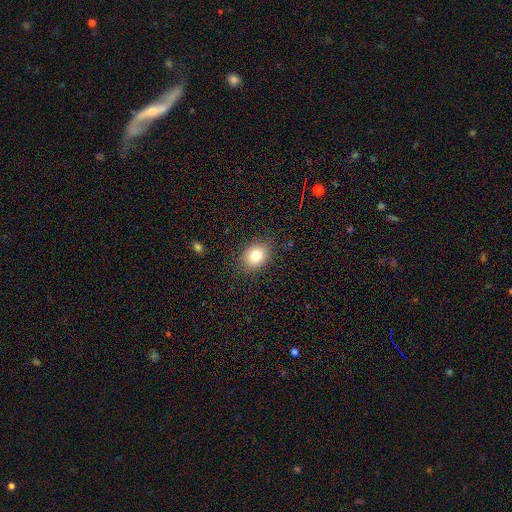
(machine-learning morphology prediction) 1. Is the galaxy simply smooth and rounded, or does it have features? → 80% smooth, 11% star or artifact, 9% featured or disk.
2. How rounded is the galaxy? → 52% in between, 47% round, 1% cigar-shaped.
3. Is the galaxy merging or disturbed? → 86% none, 10% minor disturbance, 3% major disturbance, 1% merger.